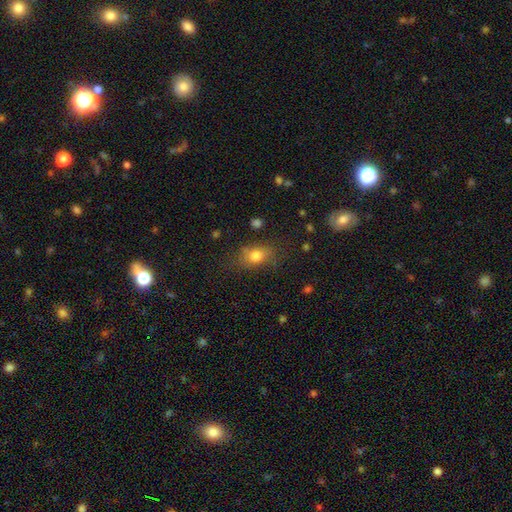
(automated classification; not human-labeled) This appears to be a smooth galaxy with no disk features (77%) that is in between round and cigar-shaped (72%). Merging: none (71%).